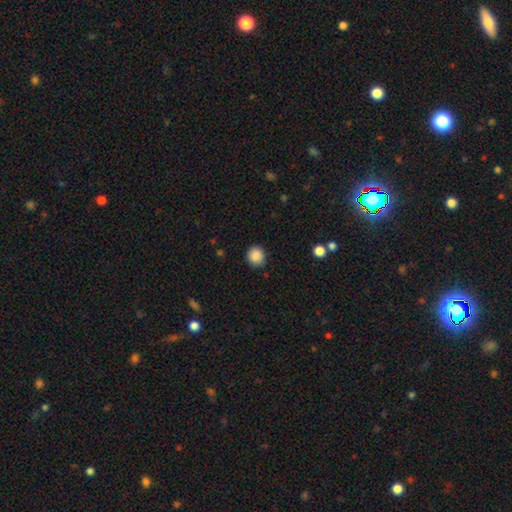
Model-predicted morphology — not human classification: This is clearly a smooth galaxy (88%). How rounded: clearly round (87%). Merging: clearly none (89%).